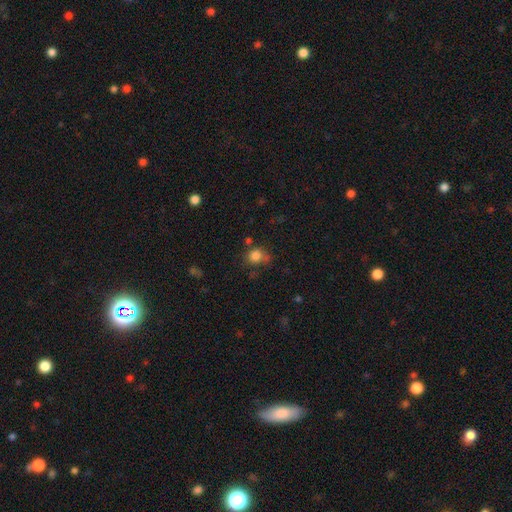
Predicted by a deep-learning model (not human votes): Morphology: type=smooth (81%); roundness=round (76%); merging=none (60%).